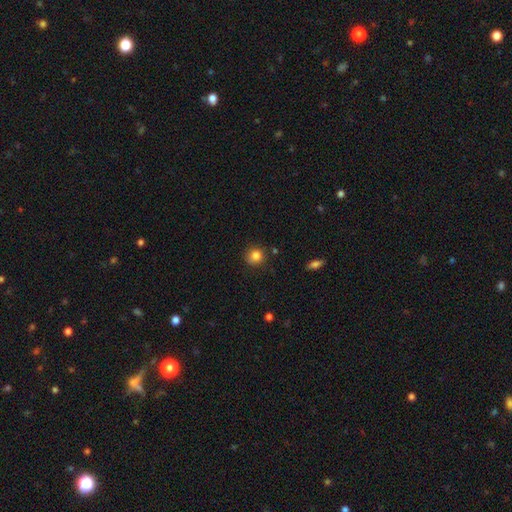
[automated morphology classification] smooth-or-featured: smooth: 83% | star or artifact: 11% | featured or disk: 6%
  how-rounded: round: 86% | in between: 13% | cigar-shaped: 1%
  merging: none: 81% | minor disturbance: 14% | major disturbance: 3% | merger: 2%